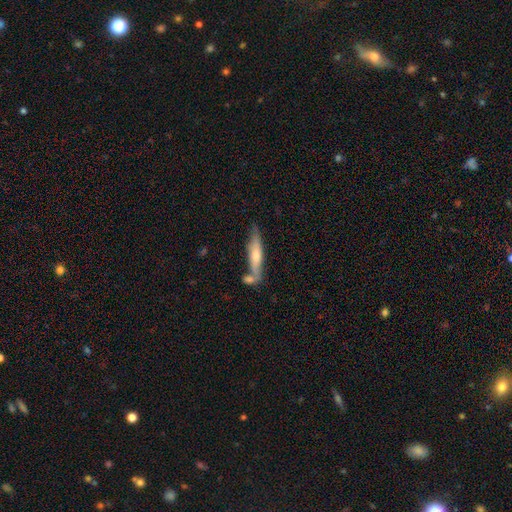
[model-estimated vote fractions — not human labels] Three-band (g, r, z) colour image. It shows a smooth galaxy with no disk features (47%, tied with featured or disk). Merging: none (58%).